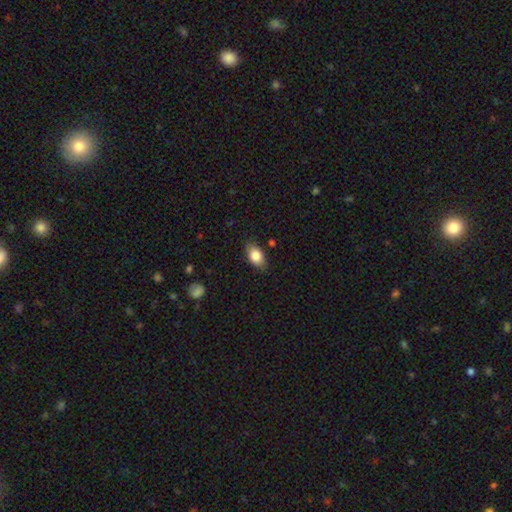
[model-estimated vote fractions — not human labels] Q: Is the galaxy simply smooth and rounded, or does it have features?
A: smooth — 84%.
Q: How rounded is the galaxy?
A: in between — 87%.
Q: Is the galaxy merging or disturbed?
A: none — 81%.